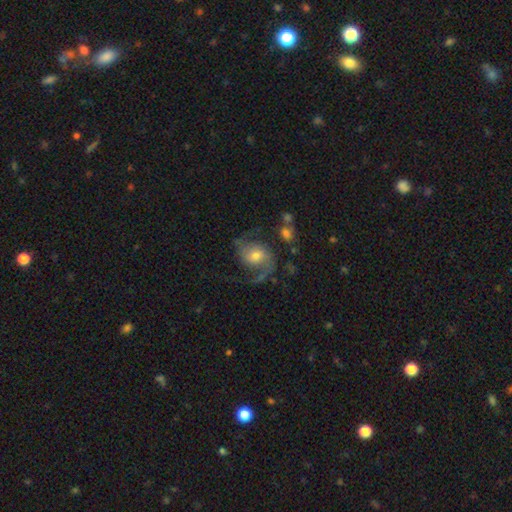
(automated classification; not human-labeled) Smooth or featured?
  - featured or disk: 81% *
  - smooth: 12%
  - star or artifact: 7%
Edge-on disk?
  - no: 98% *
  - yes: 2%
Bar?
  - no: 54% *
  - weak: 38%
  - strong: 8%
Spiral arms?
  - yes: 95% *
  - no: 5%
Spiral winding?
  - loose: 45% *
  - medium: 44%
  - tight: 11%
Spiral arm count?
  - 2: 79% *
  - 1: 12%
  - can't tell: 4%
  - 3: 2%
  - 4: 1%
  - more than 4: 1%
Bulge size?
  - moderate: 56% *
  - small: 32%
  - large: 8%
  - none: 3%
  - dominant: 1%
Merging?
  - none: 60% *
  - major disturbance: 19%
  - minor disturbance: 17%
  - merger: 3%